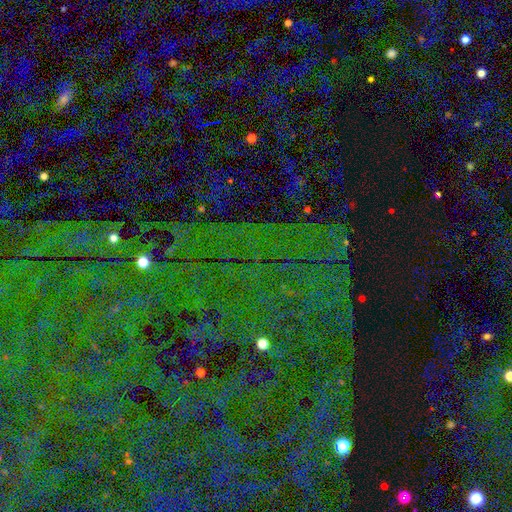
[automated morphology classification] smooth-or-featured: star or artifact: 84% | smooth: 9% | featured or disk: 8%